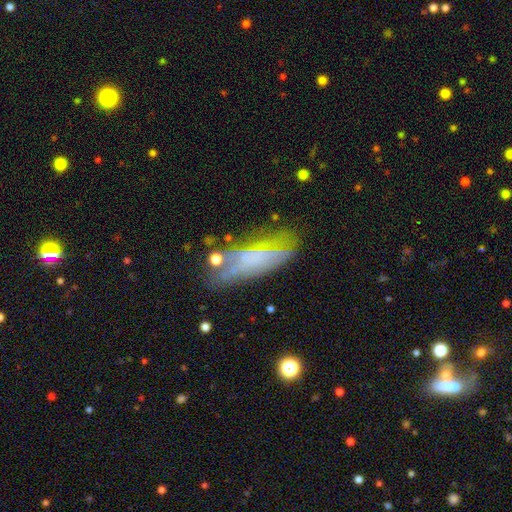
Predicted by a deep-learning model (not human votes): Smooth or featured?
  - featured or disk: 51% *
  - smooth: 37%
  - star or artifact: 13%
Edge-on disk?
  - no: 57% *
  - yes: 43%
Merging?
  - none: 51% *
  - minor disturbance: 25%
  - major disturbance: 16%
  - merger: 8%